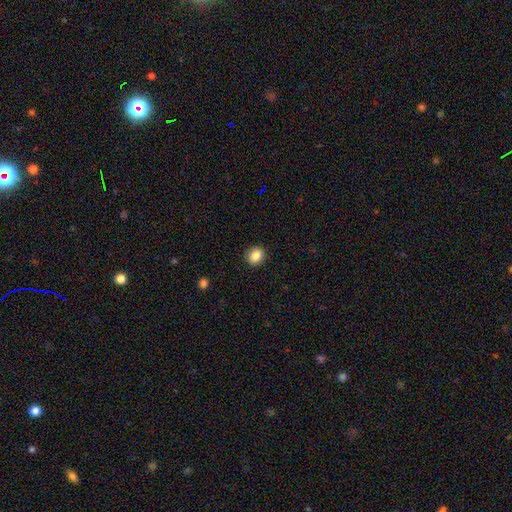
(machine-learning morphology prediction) smooth 85%, star or artifact 10%, featured or disk 6%. Down the decision tree: how rounded — round (78%); merging — none (91%).